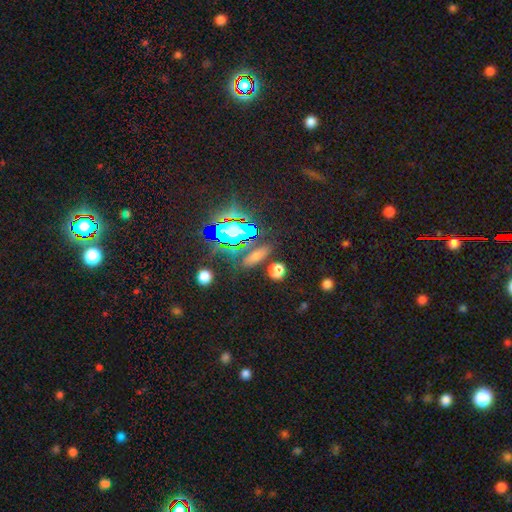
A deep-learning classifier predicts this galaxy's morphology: Smooth or featured? smooth (57%)
How rounded? in between (58%)
Merging? none (80%)